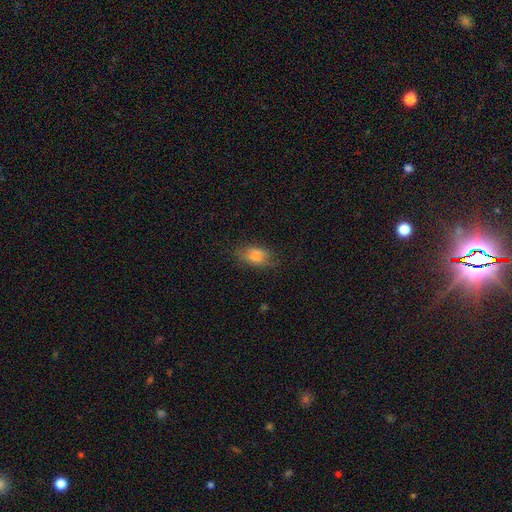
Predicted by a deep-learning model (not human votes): The model was most divided on "merging": none: 71%, minor disturbance: 21%, major disturbance: 7%, merger: 1%. More confident: how rounded — in between (86%); smooth or featured — smooth (75%).